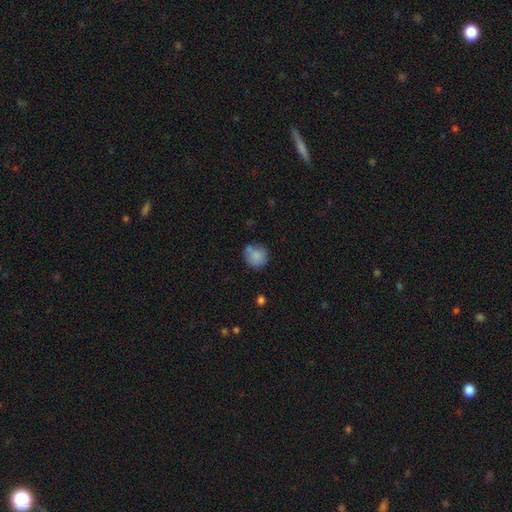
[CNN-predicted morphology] type=smooth (82%); roundness=round (82%); merging=none (55%).